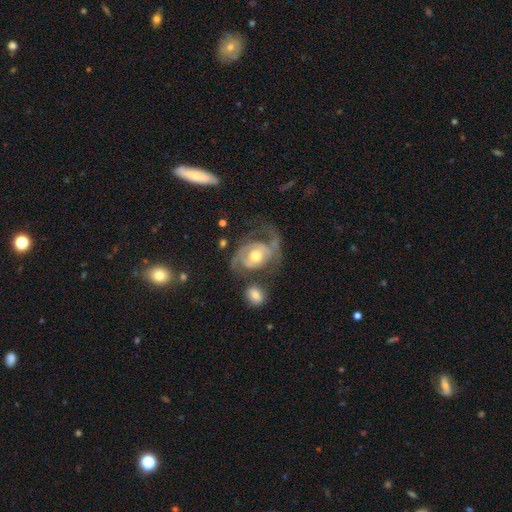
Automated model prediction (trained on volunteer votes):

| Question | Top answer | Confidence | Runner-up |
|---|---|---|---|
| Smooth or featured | featured or disk | 80% | smooth (15%) |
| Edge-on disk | no | 97% | yes (3%) |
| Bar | no | 69% | weak (25%) |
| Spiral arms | yes | 85% | no (15%) |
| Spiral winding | medium | 42% | tight (35%) |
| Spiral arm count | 2 | 61% | can't tell (16%) |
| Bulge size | moderate | 72% | large (13%) |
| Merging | none | 35% | major disturbance (33%) |